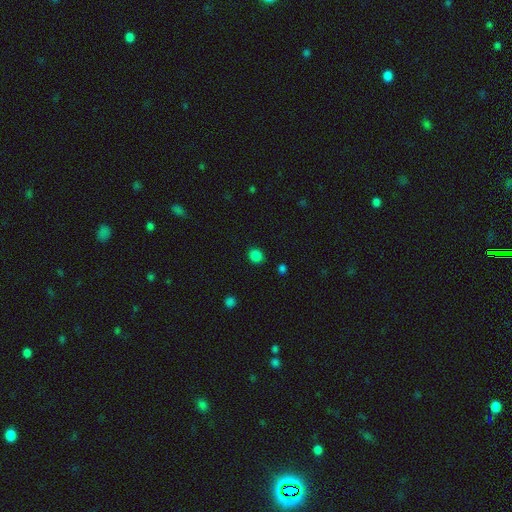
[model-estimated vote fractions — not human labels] smooth 83%, star or artifact 14%, featured or disk 3%. Down the decision tree: how rounded — round (75%); merging — none (88%).